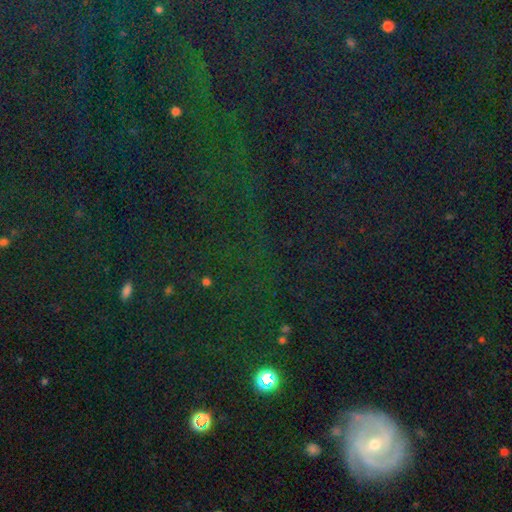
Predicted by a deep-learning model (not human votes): smooth-or-featured: star or artifact: 63% | smooth: 19% | featured or disk: 18%